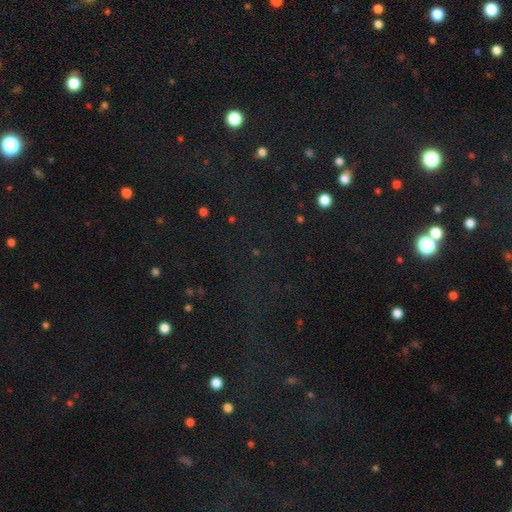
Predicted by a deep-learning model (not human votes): Smooth or featured: star or artifact — 73% (smooth — 17%)